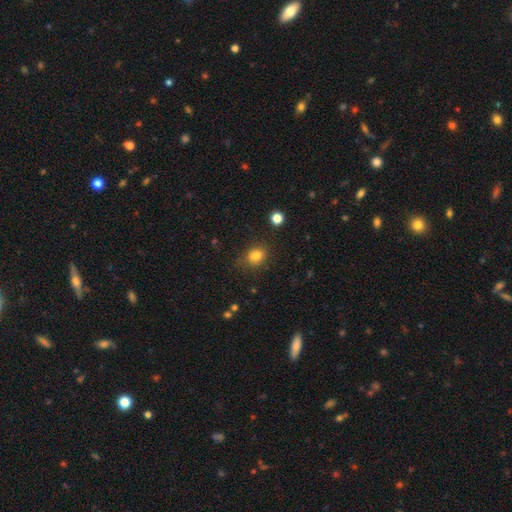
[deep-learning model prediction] Smooth or featured? Predicted: smooth (p=0.83). How rounded? Predicted: in between (p=0.57). Merging? Predicted: none (p=0.75).